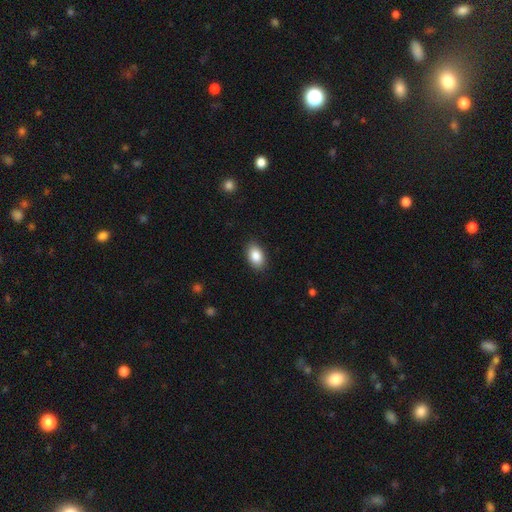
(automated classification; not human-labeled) This appears to be a smooth galaxy with no disk features (87%) that is in between round and cigar-shaped (90%). Merging: none (88%).